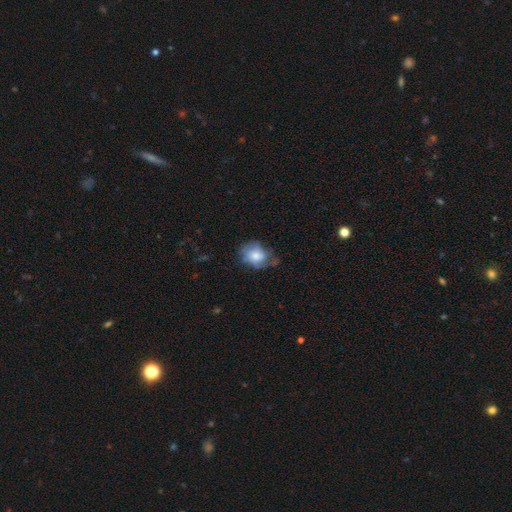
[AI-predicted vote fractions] A smooth galaxy with no disk features (63%) that is in between round and cigar-shaped (61%). Merging: none (40%).